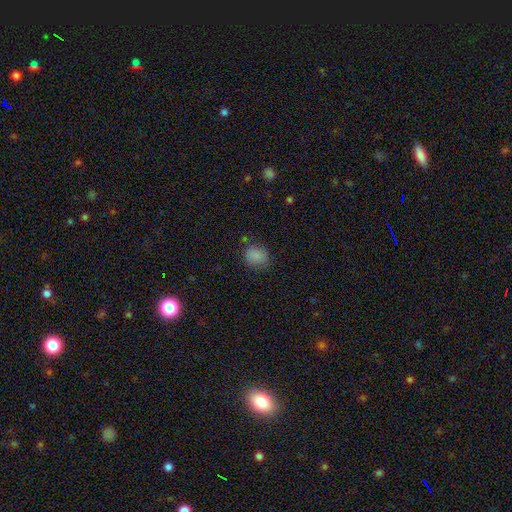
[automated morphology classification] Smooth or featured?
  - smooth: 83% *
  - star or artifact: 11%
  - featured or disk: 6%
How rounded?
  - round: 62% *
  - in between: 37%
  - cigar-shaped: 1%
Merging?
  - none: 73% *
  - minor disturbance: 19%
  - major disturbance: 5%
  - merger: 2%